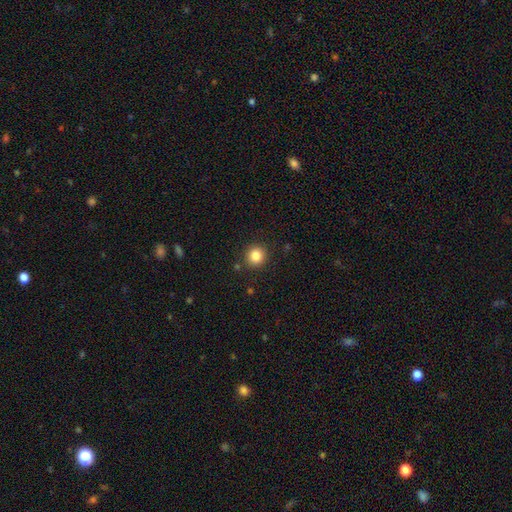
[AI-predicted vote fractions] Overall: smooth (84%). How rounded: round (93%). Merging: none (90%).